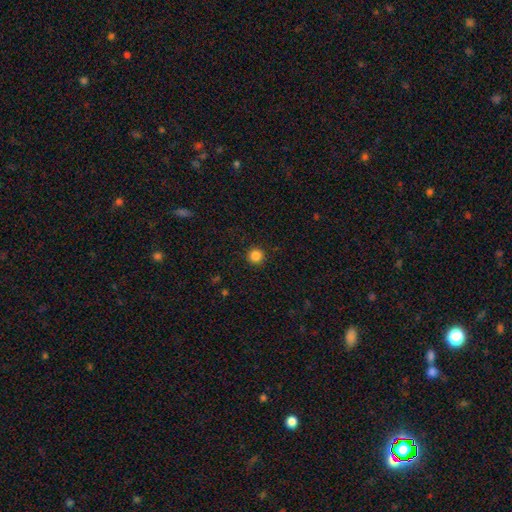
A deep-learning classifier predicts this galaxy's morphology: smooth-or-featured: smooth: 85% | star or artifact: 11% | featured or disk: 3%
  how-rounded: round: 96% | in between: 3% | cigar-shaped: 1%
  merging: none: 93% | minor disturbance: 5% | major disturbance: 2% | merger: 1%